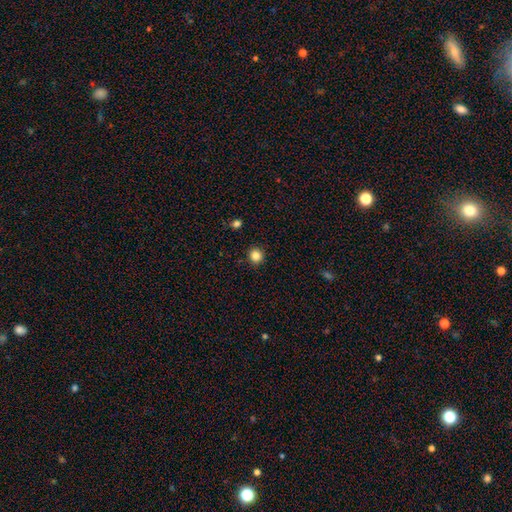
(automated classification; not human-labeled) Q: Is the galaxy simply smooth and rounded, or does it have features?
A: smooth — 84%.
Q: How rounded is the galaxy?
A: round — 91%.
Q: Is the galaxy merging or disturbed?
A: none — 92%.